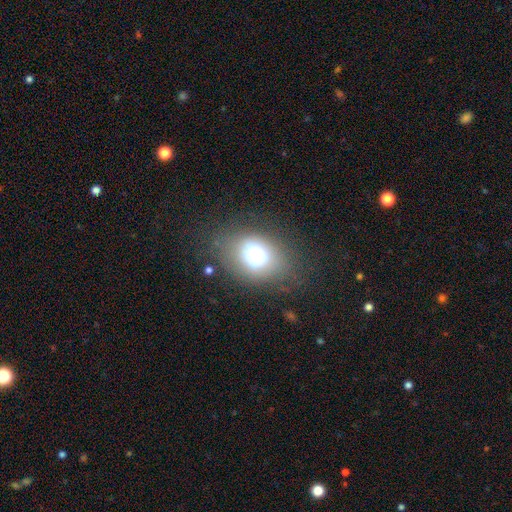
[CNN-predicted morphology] A smooth galaxy with no disk features (69%) that is in between round and cigar-shaped (59%).

Vote fractions:
- Smooth or featured? smooth: 69% / featured or disk: 16% / star or artifact: 14%
- How rounded? in between: 59% / round: 40% / cigar-shaped: 1%
- Merging? none: 69% / minor disturbance: 17% / major disturbance: 12% / merger: 2%